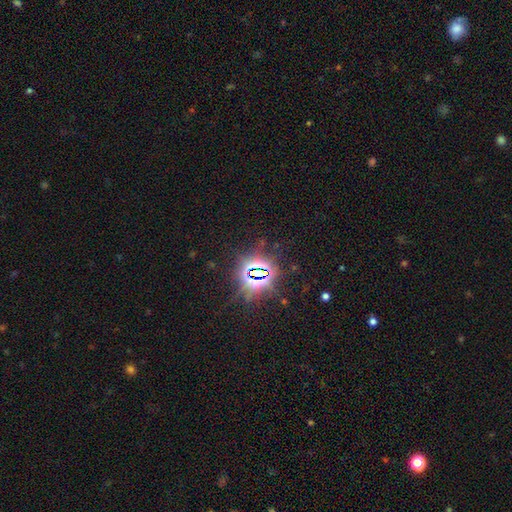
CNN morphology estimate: smooth-or-featured: star or artifact: 84% | smooth: 9% | featured or disk: 7%